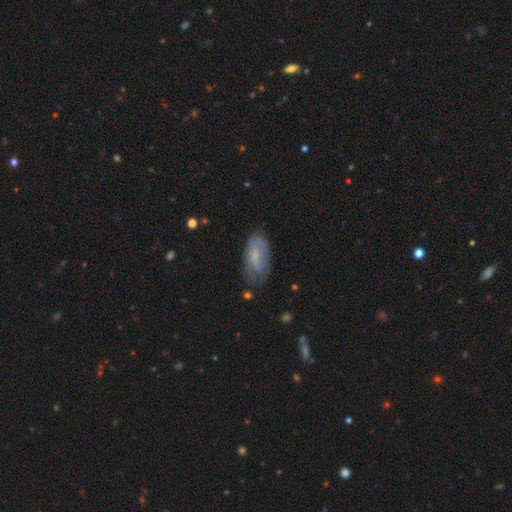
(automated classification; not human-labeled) Overall: smooth (50%; featured or disk 42%). Merging: none (63%; minor disturbance 26%).